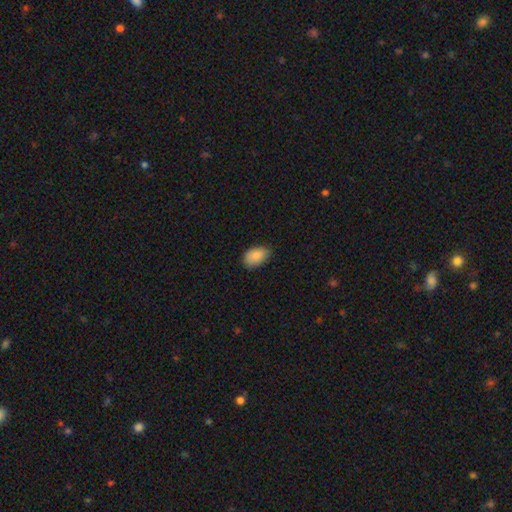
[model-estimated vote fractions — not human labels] This is clearly a smooth galaxy (88%). How rounded: clearly in between (90%). Merging: likely none (77%).